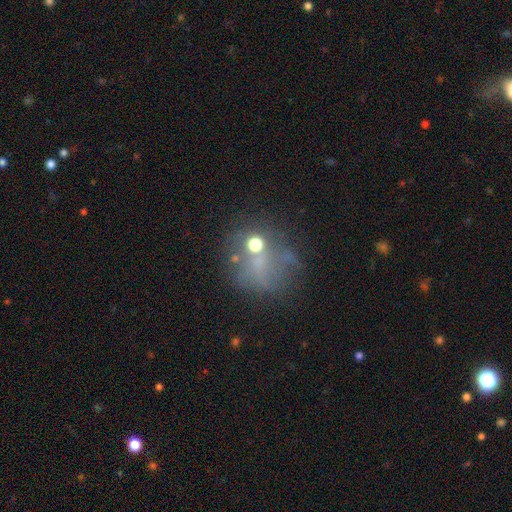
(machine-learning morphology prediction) Overall: smooth (41%; star or artifact 30%). Merging: none (51%; major disturbance 21%).